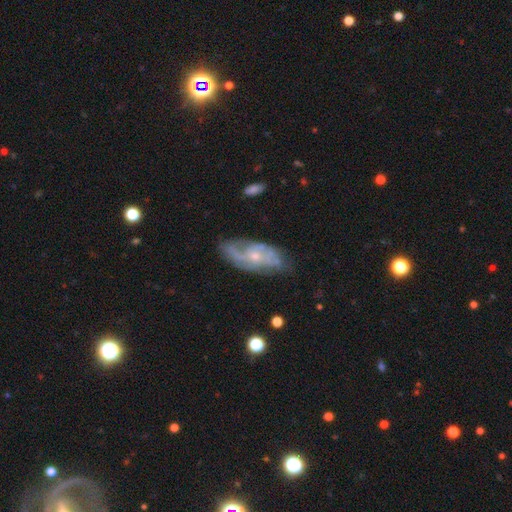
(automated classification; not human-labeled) smooth_or_featured: featured or disk (p=0.76) [alt: smooth p=0.18]
disk_edge_on: no (p=0.91) [alt: yes p=0.09]
bar: no (p=0.71) [alt: weak p=0.25]
has_spiral_arms: yes (p=0.84) [alt: no p=0.16]
spiral_winding: medium (p=0.42) [alt: tight p=0.34]
spiral_arm_count: 2 (p=0.43) [alt: can't tell p=0.35]
bulge_size: small (p=0.65) [alt: moderate p=0.30]
merging: none (p=0.62) [alt: minor disturbance p=0.25]